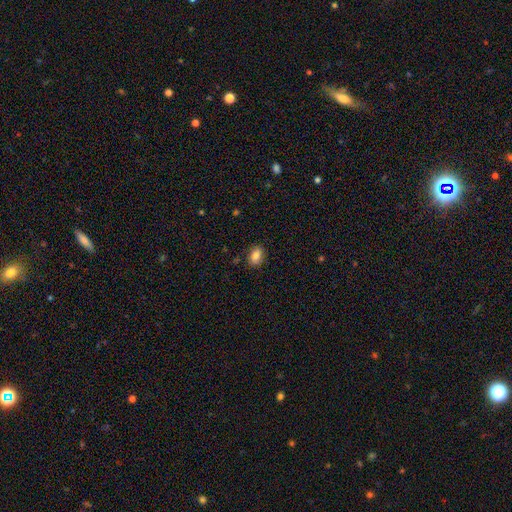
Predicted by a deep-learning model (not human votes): Morphology: type=smooth (84%); roundness=in between (77%); merging=none (85%).